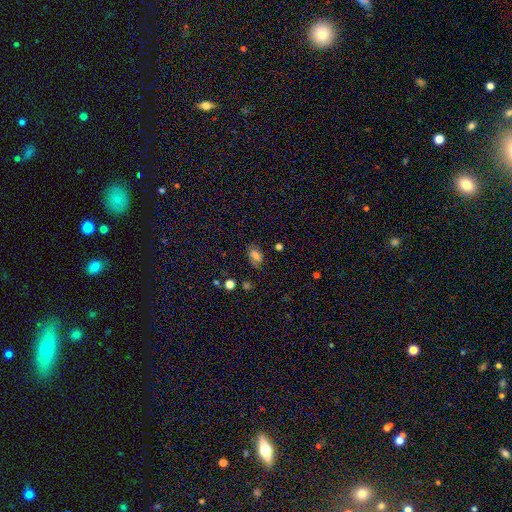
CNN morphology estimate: smooth 61%, featured or disk 22%, star or artifact 17%. Down the decision tree: how rounded — in between (84%); merging — none (70%).